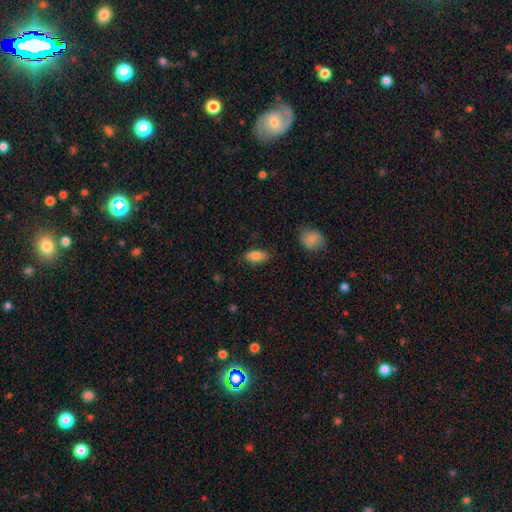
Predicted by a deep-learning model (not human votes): Overall: smooth (81%). How rounded: in between (87%). Merging: none (81%).